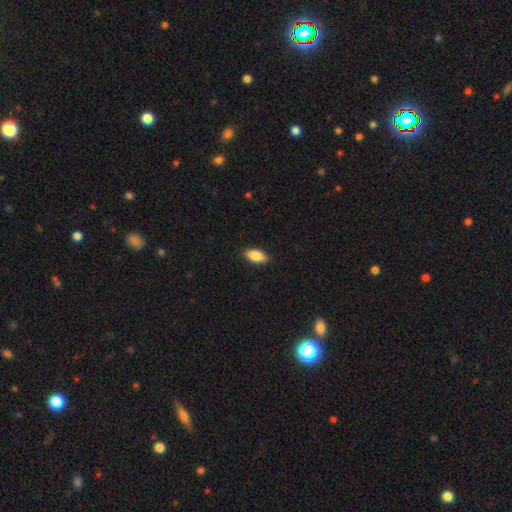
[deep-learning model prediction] A smooth galaxy with no disk features (86%) that is in between round and cigar-shaped (92%). Merging: none (89%).